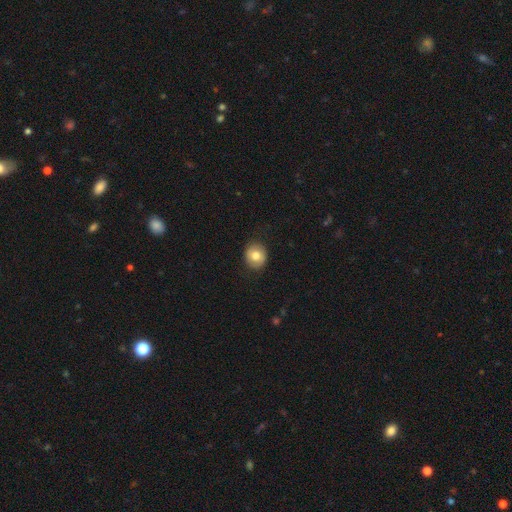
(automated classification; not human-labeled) Morphology: type=smooth (76%); roundness=round (79%); merging=none (86%).